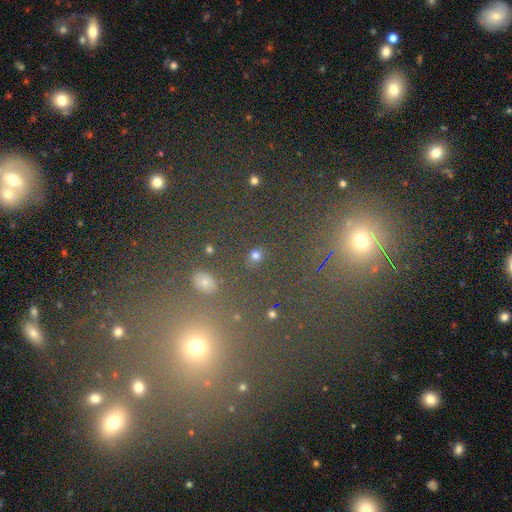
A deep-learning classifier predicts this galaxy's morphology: This appears to be a smooth galaxy with no disk features (63%) that is round (51%). Merging: none (82%).